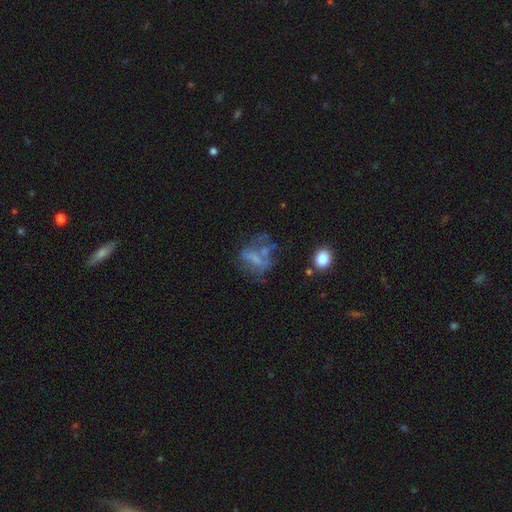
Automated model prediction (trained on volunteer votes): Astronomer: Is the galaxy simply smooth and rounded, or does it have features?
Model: featured or disk — 51% (runner-up: smooth, 29%).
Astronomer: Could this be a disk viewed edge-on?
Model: no — 94%.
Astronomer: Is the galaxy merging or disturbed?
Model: none — 40% (runner-up: major disturbance, 31%).